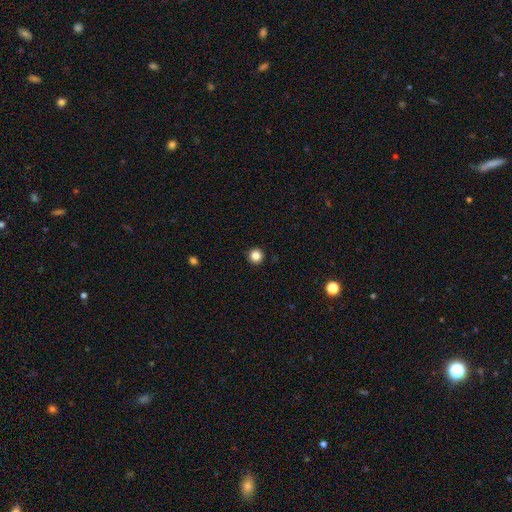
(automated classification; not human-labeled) A smooth galaxy with no disk features (85%) that is round (96%).

Vote fractions:
- Smooth or featured? smooth: 85% / star or artifact: 11% / featured or disk: 4%
- How rounded? round: 96% / in between: 3% / cigar-shaped: 1%
- Merging? none: 94% / minor disturbance: 4% / major disturbance: 1% / merger: 1%